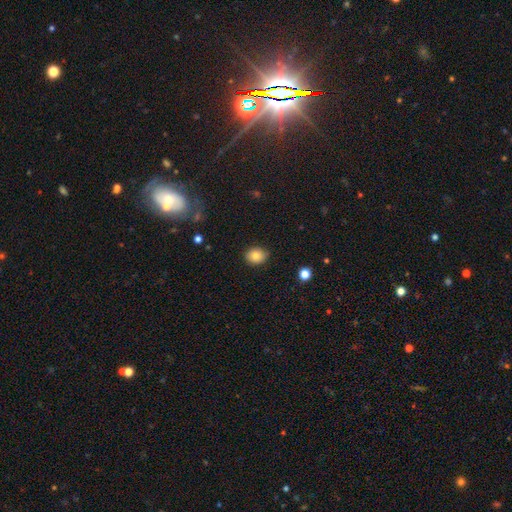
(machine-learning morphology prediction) Q: Smooth or featured?
A: smooth (82%); runner-up: star or artifact (10%)
Q: How rounded?
A: round (59%); runner-up: in between (40%)
Q: Merging?
A: none (83%); runner-up: minor disturbance (13%)